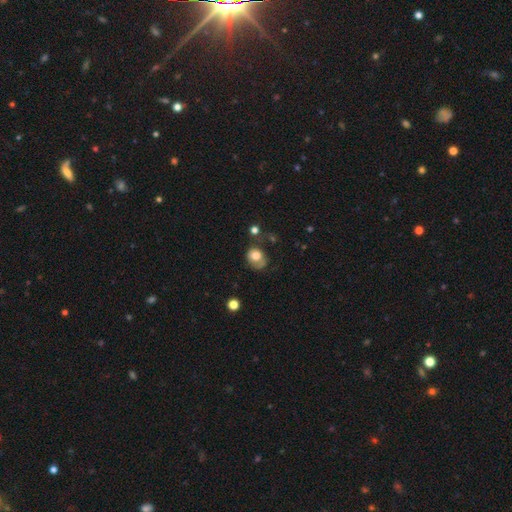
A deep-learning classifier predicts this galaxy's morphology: Q: Smooth or featured?
A: smooth (73%); runner-up: featured or disk (18%)
Q: How rounded?
A: round (60%); runner-up: in between (39%)
Q: Merging?
A: none (42%); runner-up: minor disturbance (29%)